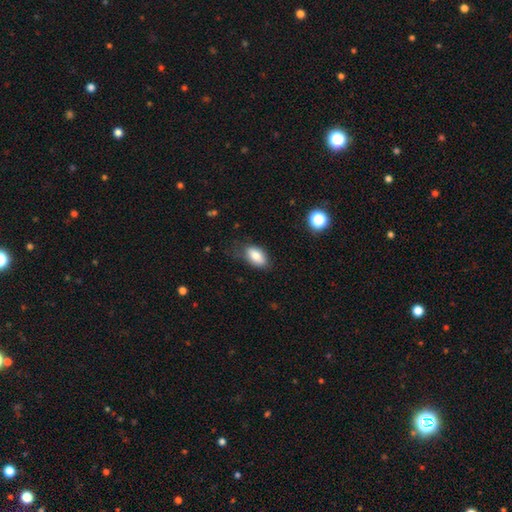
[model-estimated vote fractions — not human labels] A smooth galaxy with no disk features (83%) that is in between round and cigar-shaped (92%). Merging: none (69%).